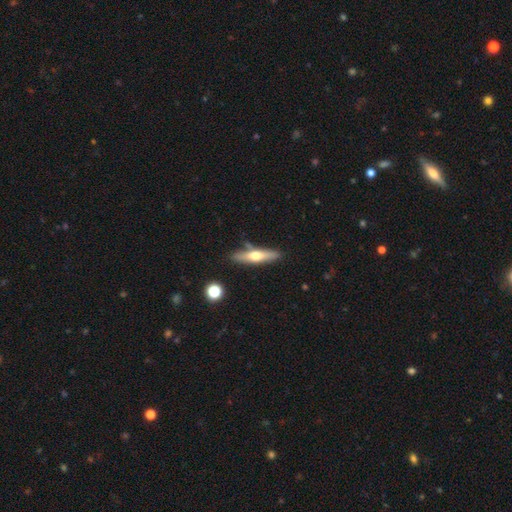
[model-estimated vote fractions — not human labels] Smooth or featured? Predicted: featured or disk (p=0.47, tied with smooth). Merging? Predicted: none (p=0.80).